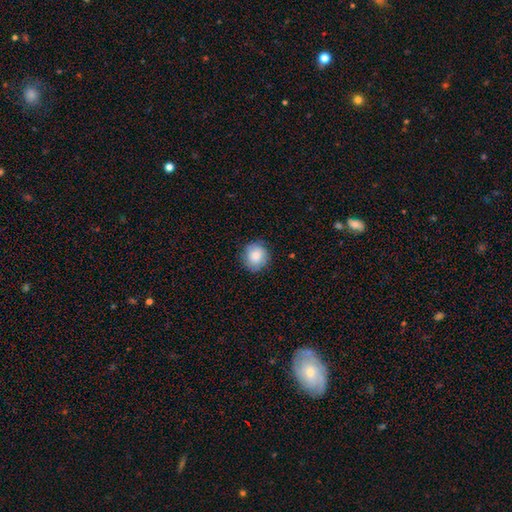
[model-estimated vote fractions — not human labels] Smooth or featured? Predicted: smooth (p=0.82). How rounded? Predicted: round (p=0.82). Merging? Predicted: none (p=0.82).